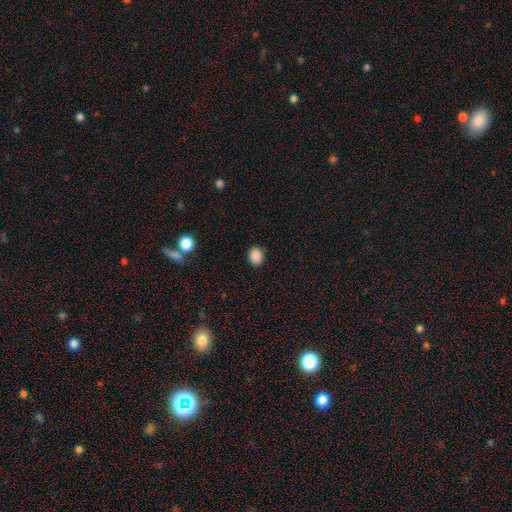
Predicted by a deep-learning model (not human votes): smooth_or_featured: smooth (p=0.87) [alt: star or artifact p=0.10]
how_rounded: round (p=0.52) [alt: in between p=0.47]
merging: none (p=0.88) [alt: minor disturbance p=0.09]